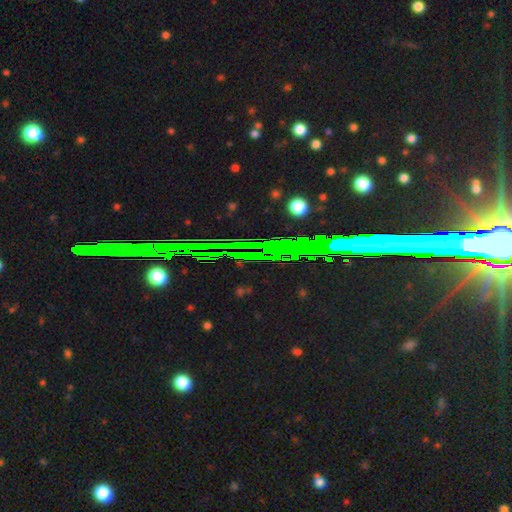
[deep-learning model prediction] Q: Smooth or featured?
A: star or artifact (81%); runner-up: featured or disk (12%)